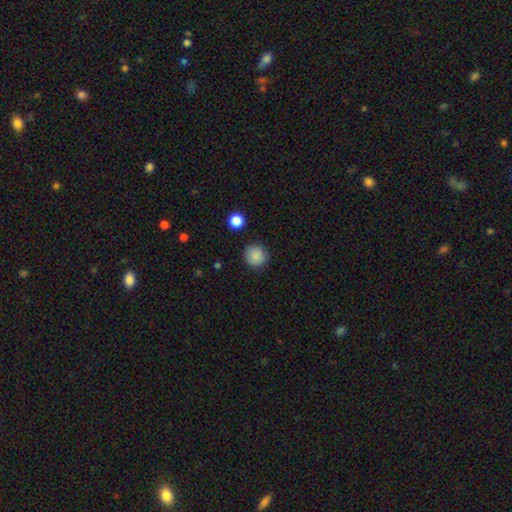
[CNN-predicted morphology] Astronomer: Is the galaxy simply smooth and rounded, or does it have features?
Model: smooth — 88%.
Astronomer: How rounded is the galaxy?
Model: round — 93%.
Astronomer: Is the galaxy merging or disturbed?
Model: none — 89%.